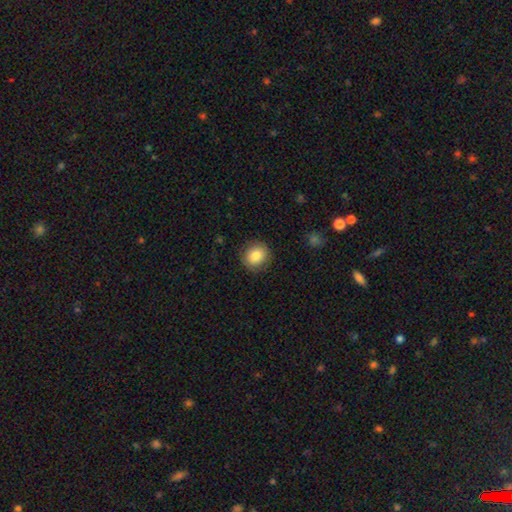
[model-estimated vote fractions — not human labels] A smooth galaxy with no disk features (81%) that is round (84%).

Vote fractions:
- Smooth or featured? smooth: 81% / featured or disk: 11% / star or artifact: 8%
- How rounded? round: 84% / in between: 15% / cigar-shaped: 1%
- Merging? none: 85% / minor disturbance: 11% / major disturbance: 3% / merger: 1%